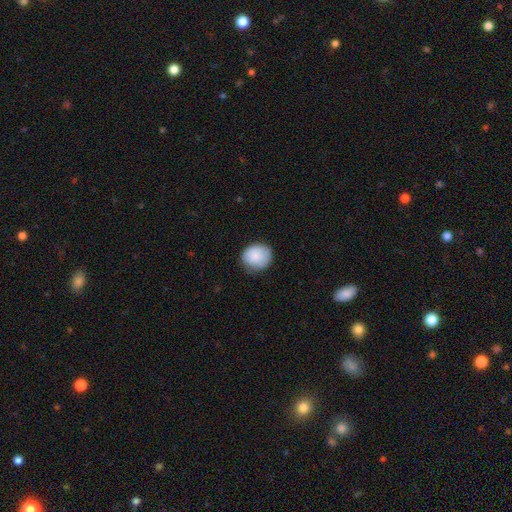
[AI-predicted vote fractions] A smooth galaxy with no disk features (87%) that is round (76%).

Vote fractions:
- Smooth or featured? smooth: 87% / star or artifact: 7% / featured or disk: 6%
- How rounded? round: 76% / in between: 23% / cigar-shaped: 1%
- Merging? none: 78% / minor disturbance: 18% / major disturbance: 3% / merger: 1%